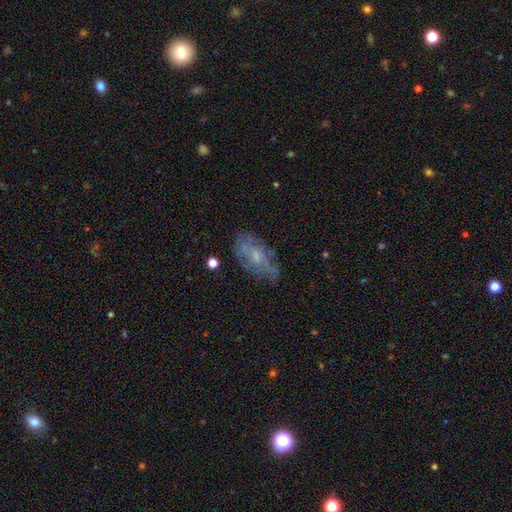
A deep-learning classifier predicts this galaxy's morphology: Smooth or featured: featured or disk — 55% (smooth — 36%)
Edge-on disk: no — 91% (yes — 9%)
Bar: no — 77% (weak — 20%)
Spiral arms: no — 52% (yes — 48%)
Bulge size: small — 49% (moderate — 32%)
Merging: none — 63% (minor disturbance — 23%)